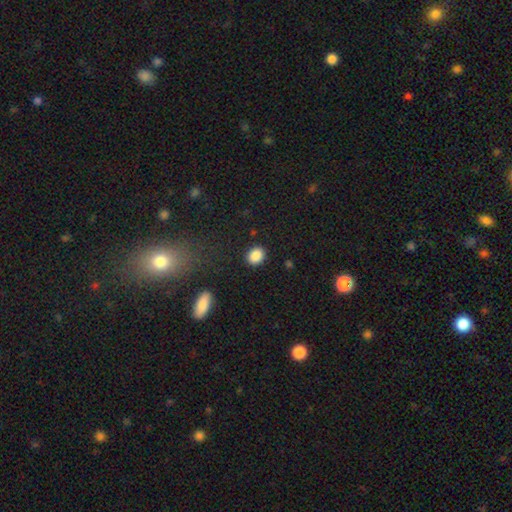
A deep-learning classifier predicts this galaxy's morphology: This appears to be a smooth galaxy with no disk features (88%) that is round (52%). Merging: none (89%).